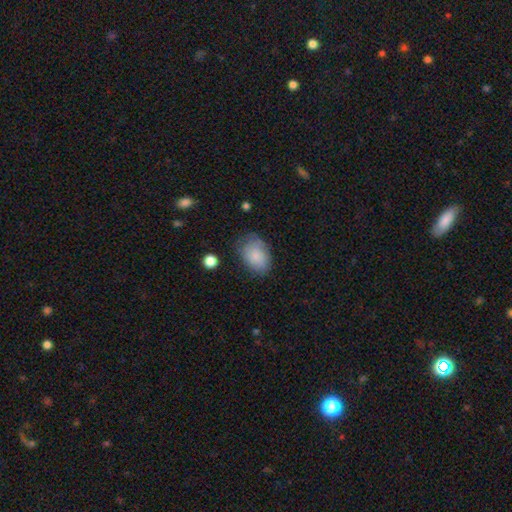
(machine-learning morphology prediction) The model was most divided on "merging": none: 63%, minor disturbance: 27%, major disturbance: 8%, merger: 2%. More confident: how rounded — in between (82%); smooth or featured — smooth (80%).